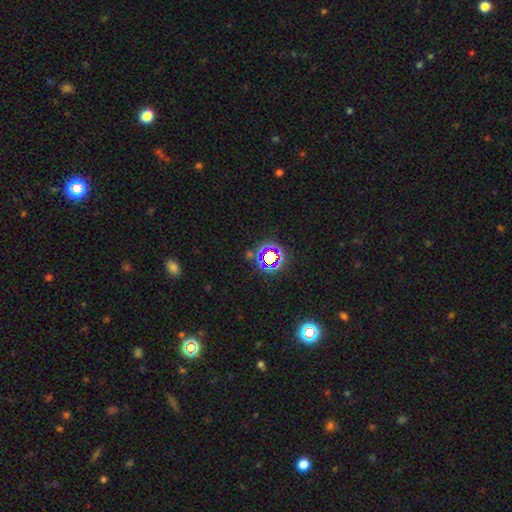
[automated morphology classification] Overall: star or artifact (75%).